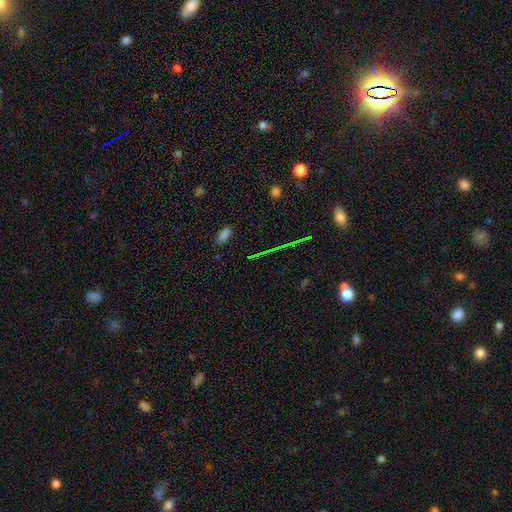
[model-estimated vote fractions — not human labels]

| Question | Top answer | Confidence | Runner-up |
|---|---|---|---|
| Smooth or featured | star or artifact | 54% | smooth (31%) |